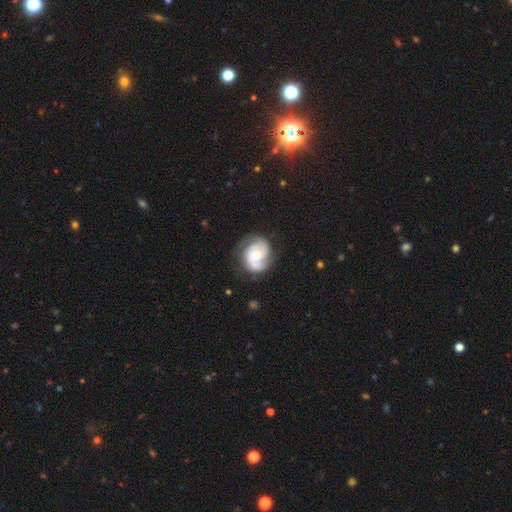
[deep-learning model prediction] smooth_or_featured: featured or disk (p=0.83) [alt: smooth p=0.12]
disk_edge_on: no (p=0.98) [alt: yes p=0.02]
bar: no (p=0.63) [alt: weak p=0.31]
has_spiral_arms: yes (p=0.96) [alt: no p=0.04]
spiral_winding: tight (p=0.51) [alt: medium p=0.38]
spiral_arm_count: 2 (p=0.75) [alt: can't tell p=0.09]
bulge_size: moderate (p=0.61) [alt: small p=0.30]
merging: none (p=0.71) [alt: minor disturbance p=0.19]